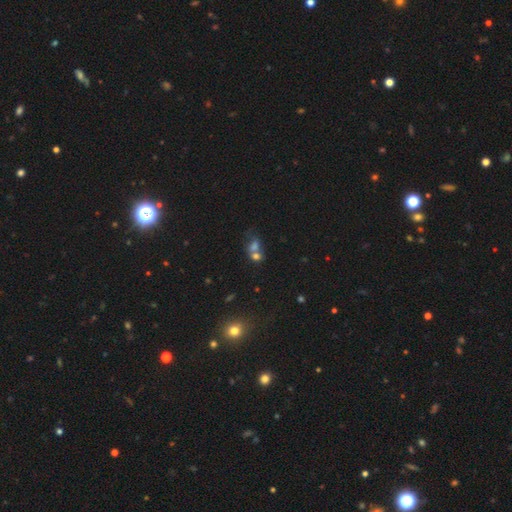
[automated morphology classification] type=smooth (65%); roundness=in between (51%); merging=merger (65%).